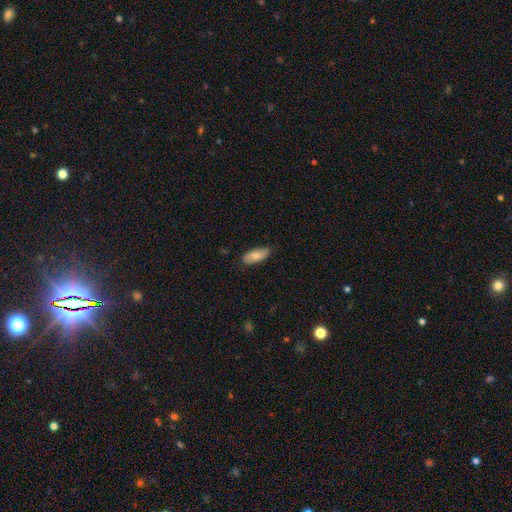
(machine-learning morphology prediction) type=smooth (77%); roundness=in between (87%); merging=none (81%).